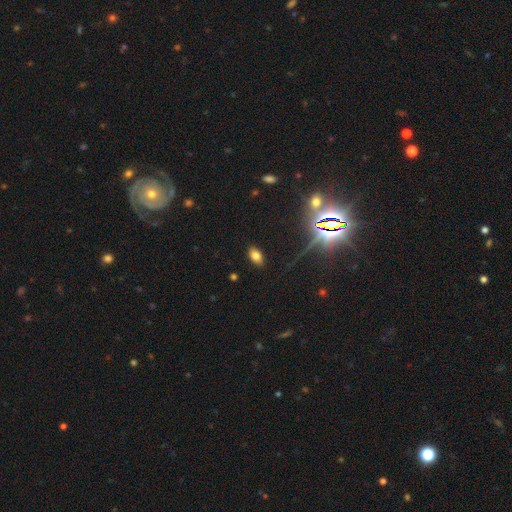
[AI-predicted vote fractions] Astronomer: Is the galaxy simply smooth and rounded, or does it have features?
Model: smooth — 75%.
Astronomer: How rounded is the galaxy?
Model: in between — 90%.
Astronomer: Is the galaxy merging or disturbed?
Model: none — 87%.